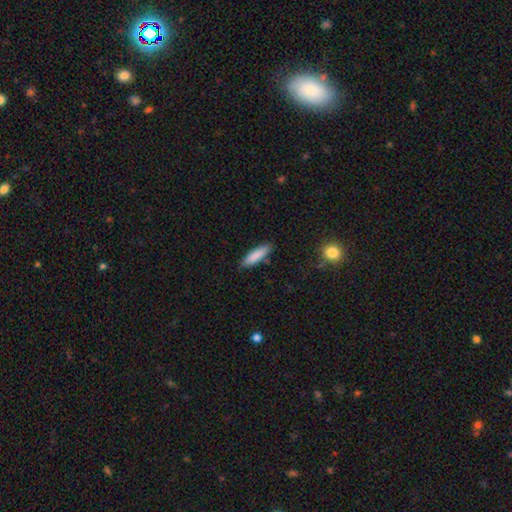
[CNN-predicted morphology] A smooth galaxy with no disk features (85%) that is cigar-shaped (69%).

Vote fractions:
- Smooth or featured? smooth: 85% / featured or disk: 8% / star or artifact: 7%
- How rounded? cigar-shaped: 69% / in between: 29% / round: 1%
- Merging? none: 84% / minor disturbance: 11% / major disturbance: 2% / merger: 2%